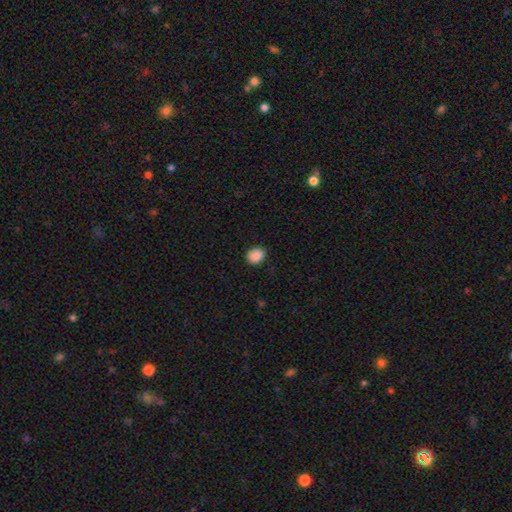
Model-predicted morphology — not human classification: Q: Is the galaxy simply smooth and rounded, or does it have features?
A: smooth — 89%.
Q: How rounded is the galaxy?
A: in between — 50%.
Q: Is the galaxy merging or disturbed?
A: none — 88%.